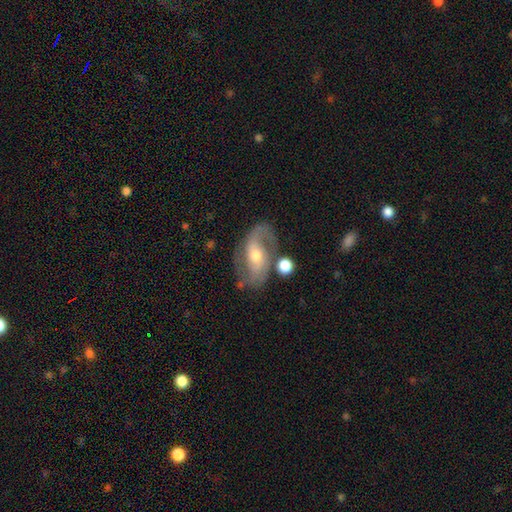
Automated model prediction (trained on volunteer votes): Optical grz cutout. It shows a featured or disk galaxy (79%) with a weak bar (40%), 2 (85%) medium (46%) spiral arms (90%) and a moderate central bulge (63%). Merging: none (68%).